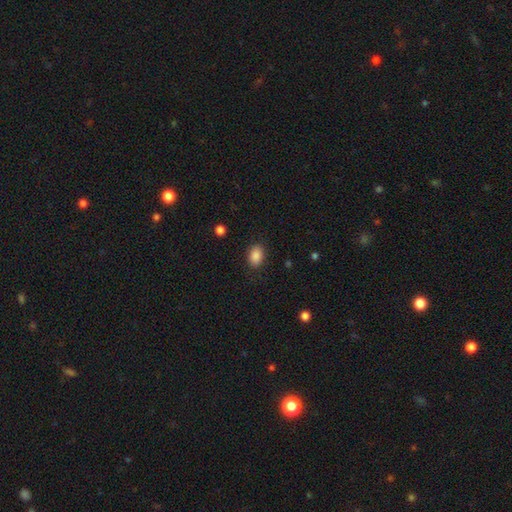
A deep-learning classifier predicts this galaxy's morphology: smooth-or-featured: smooth: 88% | star or artifact: 9% | featured or disk: 3%
  how-rounded: in between: 79% | round: 20% | cigar-shaped: 1%
  merging: none: 87% | minor disturbance: 9% | major disturbance: 3% | merger: 1%